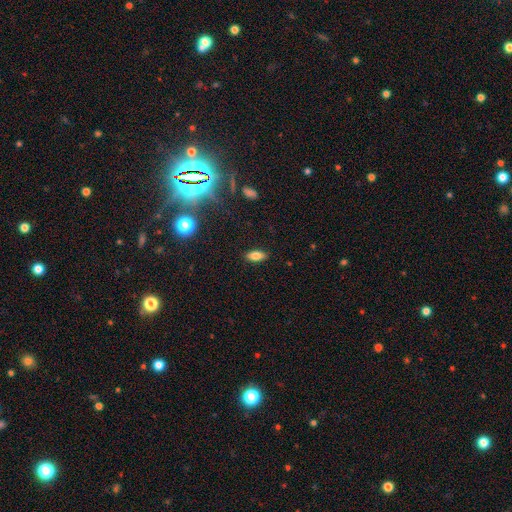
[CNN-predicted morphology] A smooth galaxy with no disk features (78%) that is in between round and cigar-shaped (84%).

Vote fractions:
- Smooth or featured? smooth: 78% / featured or disk: 12% / star or artifact: 11%
- How rounded? in between: 84% / cigar-shaped: 12% / round: 4%
- Merging? none: 88% / minor disturbance: 8% / major disturbance: 2% / merger: 1%